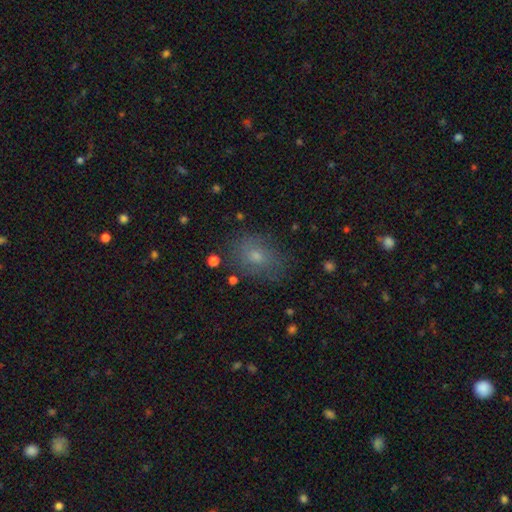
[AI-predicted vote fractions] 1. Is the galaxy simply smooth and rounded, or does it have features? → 65% smooth, 20% featured or disk, 16% star or artifact.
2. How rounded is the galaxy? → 61% in between, 38% round, 1% cigar-shaped.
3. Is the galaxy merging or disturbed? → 74% none, 17% minor disturbance, 7% major disturbance, 2% merger.